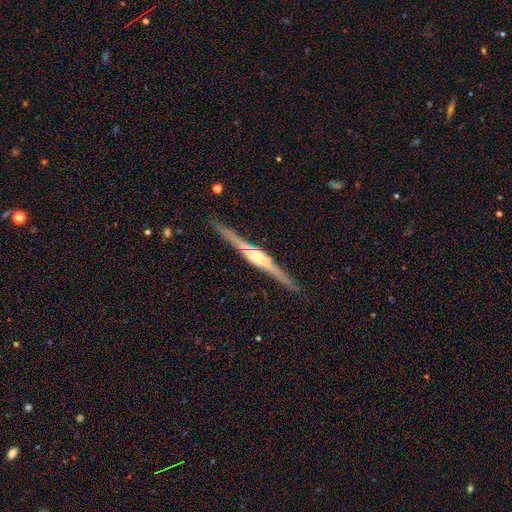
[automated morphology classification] smooth_or_featured: featured or disk (p=0.86) [alt: smooth p=0.09]
disk_edge_on: yes (p=0.98) [alt: no p=0.02]
edge_on_bulge: rounded (p=0.72) [alt: boxy p=0.23]
merging: none (p=0.91) [alt: minor disturbance p=0.07]